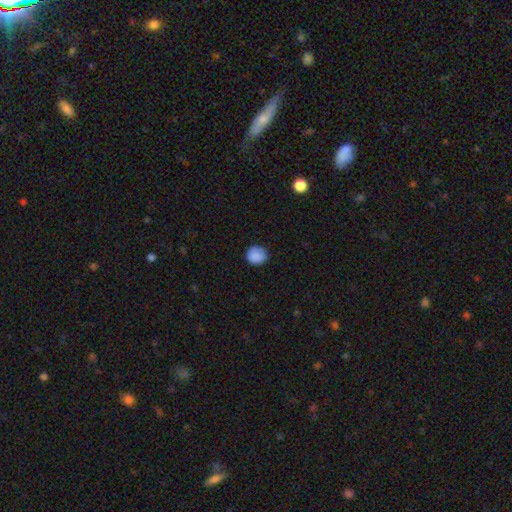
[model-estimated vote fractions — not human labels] smooth_or_featured: smooth (p=0.88) [alt: star or artifact p=0.09]
how_rounded: round (p=0.85) [alt: in between p=0.14]
merging: none (p=0.84) [alt: minor disturbance p=0.12]